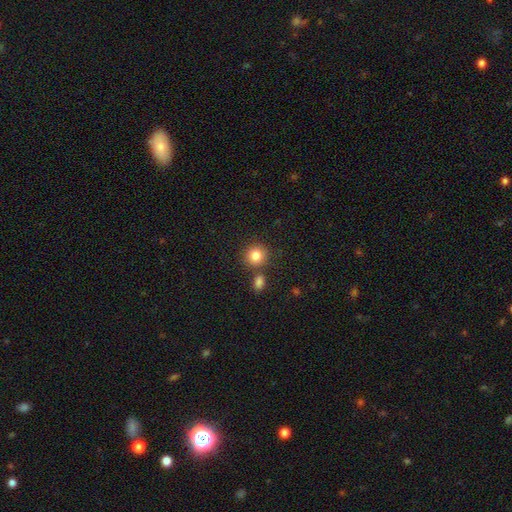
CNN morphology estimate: Q: Smooth or featured?
A: smooth (83%); runner-up: star or artifact (10%)
Q: How rounded?
A: round (89%); runner-up: in between (10%)
Q: Merging?
A: none (75%); runner-up: merger (14%)